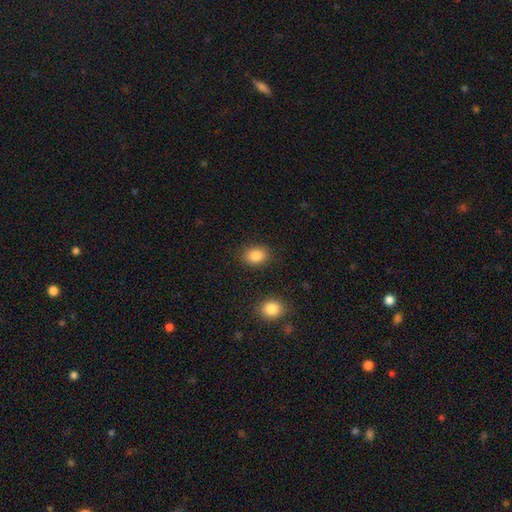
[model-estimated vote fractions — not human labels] A smooth galaxy with no disk features (86%) that is in between round and cigar-shaped (66%). Merging: none (85%).